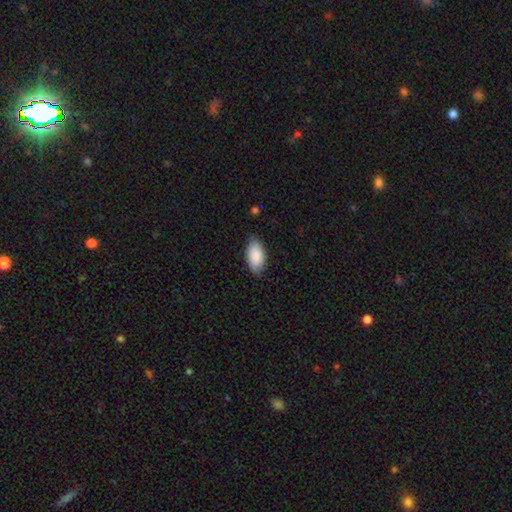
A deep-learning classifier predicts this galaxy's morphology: Q: Smooth or featured?
A: smooth (89%); runner-up: star or artifact (6%)
Q: How rounded?
A: in between (94%); runner-up: cigar-shaped (4%)
Q: Merging?
A: none (82%); runner-up: minor disturbance (15%)